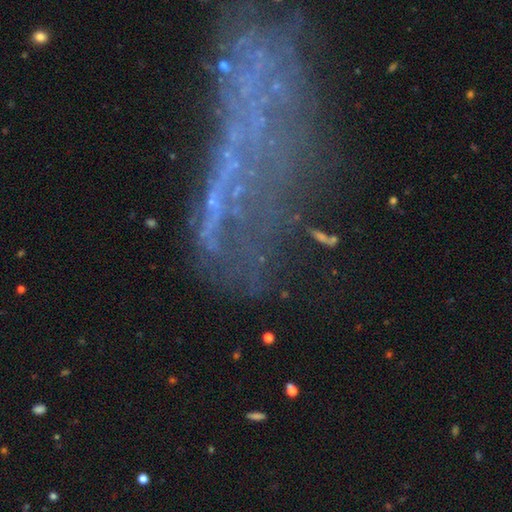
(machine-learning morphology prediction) type=featured or disk (44%); merging=none (41%).